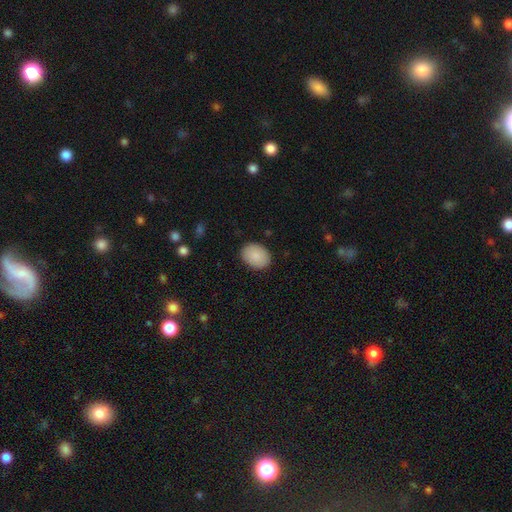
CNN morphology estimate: This appears to be a smooth galaxy with no disk features (89%) that is in between round and cigar-shaped (69%). Merging: none (88%).